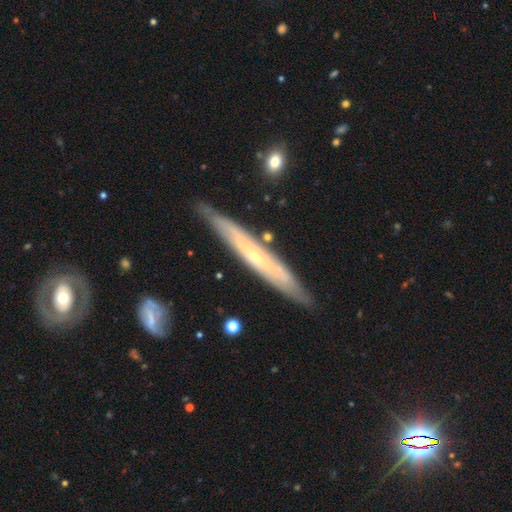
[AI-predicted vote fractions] A featured or disk galaxy (71%) viewed edge-on (77%) with a rounded central bulge (53%). Merging: none (82%).